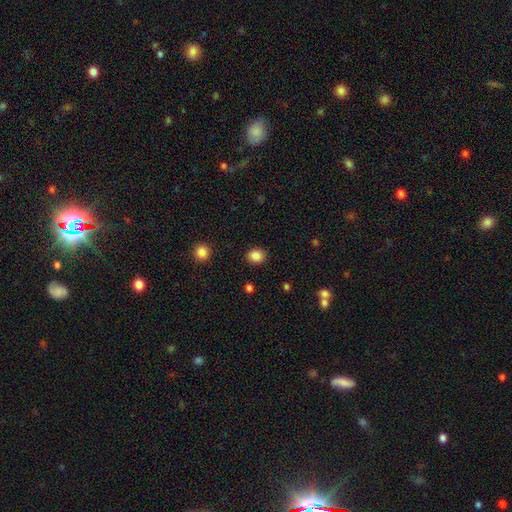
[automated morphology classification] A smooth galaxy with no disk features (87%) that is round (71%). Merging: none (89%).